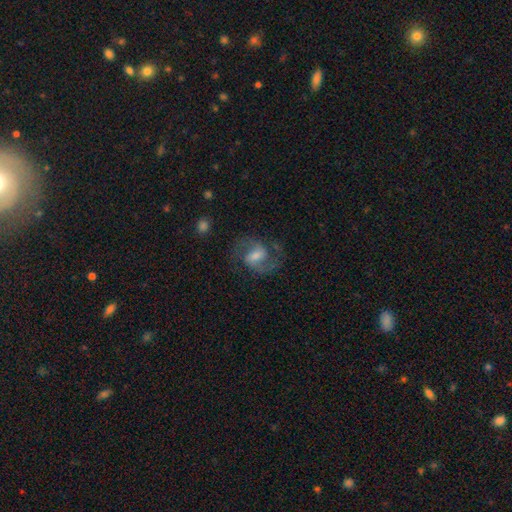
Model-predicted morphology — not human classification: Smooth or featured? featured or disk (85%)
Edge-on disk? no (98%)
Bar? weak (55%)
Spiral arms? yes (97%)
Spiral winding? medium (62%)
Spiral arm count? 2 (92%)
Bulge size? moderate (43%)
Merging? none (76%)